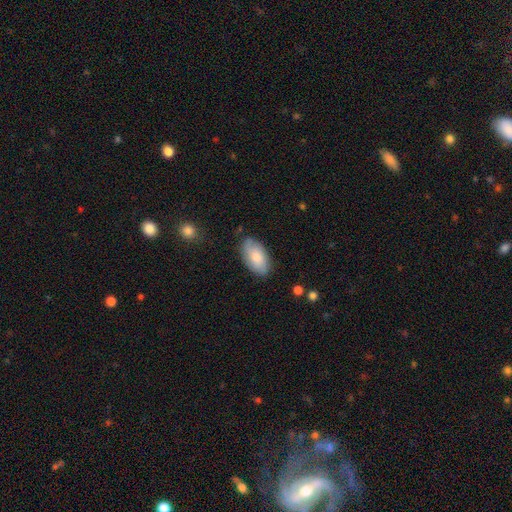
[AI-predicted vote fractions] Smooth or featured?
  - smooth: 78% *
  - featured or disk: 16%
  - star or artifact: 6%
How rounded?
  - in between: 95% *
  - round: 3%
  - cigar-shaped: 2%
Merging?
  - none: 80% *
  - minor disturbance: 16%
  - major disturbance: 3%
  - merger: 1%